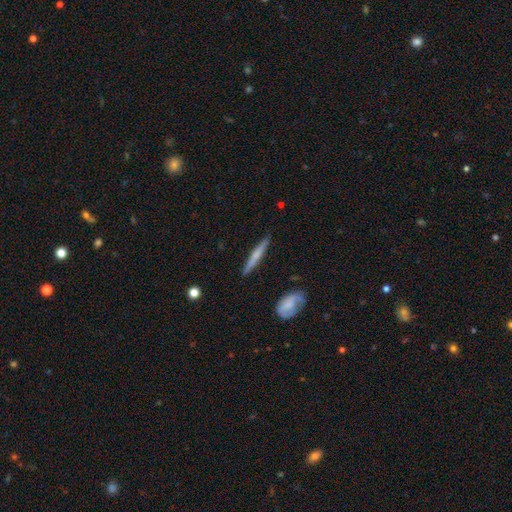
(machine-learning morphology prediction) Q: Smooth or featured?
A: smooth (48%); runner-up: featured or disk (46%)
Q: Merging?
A: none (88%); runner-up: minor disturbance (9%)